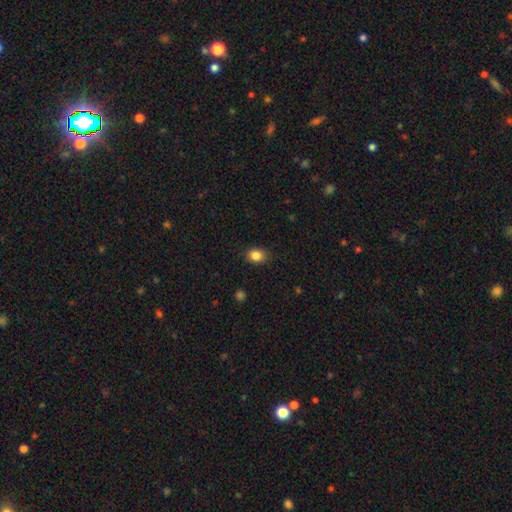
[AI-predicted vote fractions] Smooth or featured? smooth (85%)
How rounded? in between (57%)
Merging? none (87%)